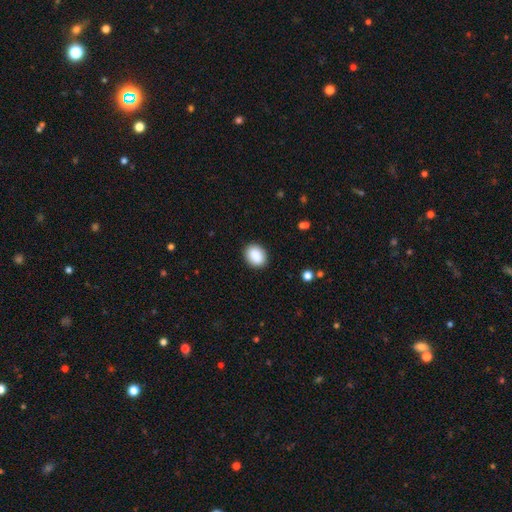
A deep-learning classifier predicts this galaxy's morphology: Smooth or featured? Predicted: smooth (p=0.89). How rounded? Predicted: in between (p=0.61). Merging? Predicted: none (p=0.89).